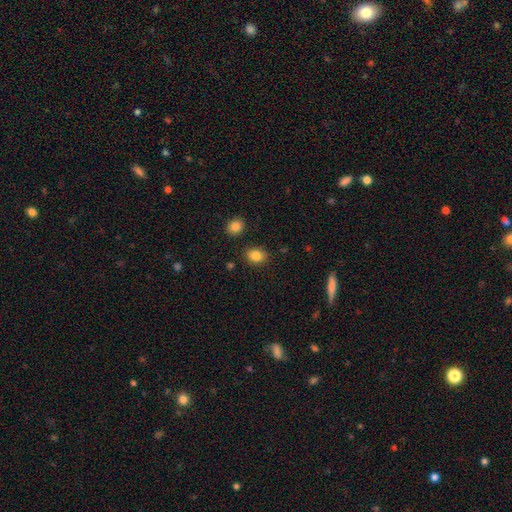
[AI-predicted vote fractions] Smooth or featured? Predicted: smooth (p=0.85). How rounded? Predicted: in between (p=0.52). Merging? Predicted: none (p=0.86).